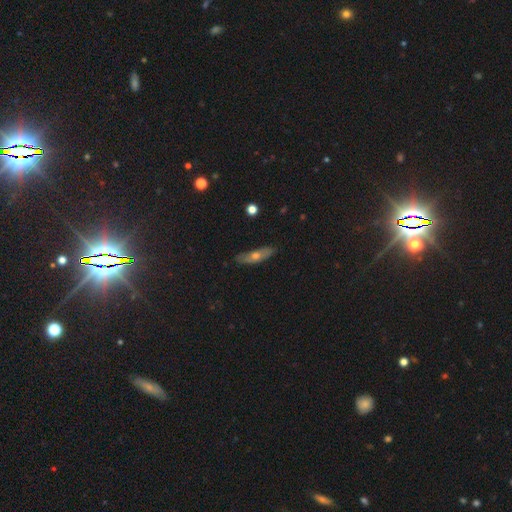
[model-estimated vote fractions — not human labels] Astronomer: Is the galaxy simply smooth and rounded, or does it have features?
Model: smooth — 47% (runner-up: featured or disk, 44%).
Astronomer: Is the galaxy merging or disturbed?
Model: none — 82%.